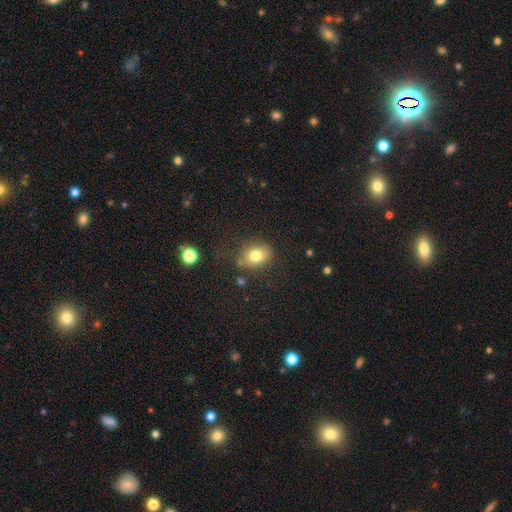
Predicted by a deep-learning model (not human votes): Smooth or featured? smooth (78%)
How rounded? in between (52%)
Merging? none (73%)